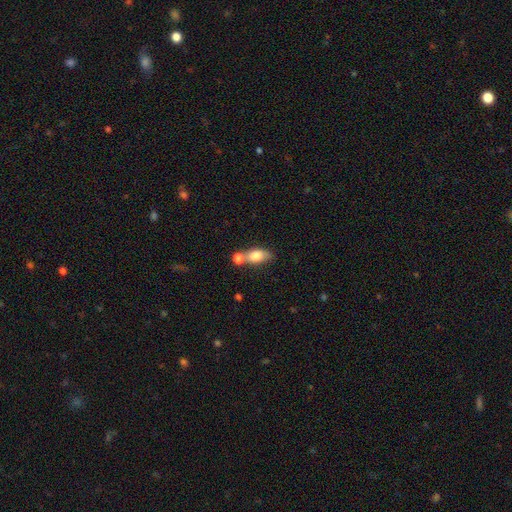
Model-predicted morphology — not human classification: This appears to be a smooth galaxy with no disk features (78%) that is in between round and cigar-shaped (80%). Merging: merger (42%).